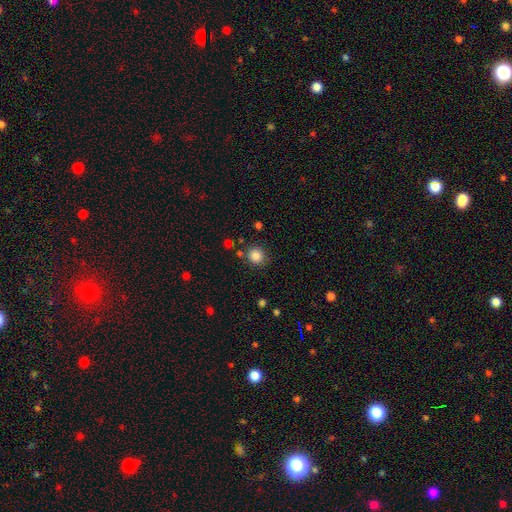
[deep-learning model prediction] The model was most divided on "smooth or featured": smooth: 85%, star or artifact: 11%, featured or disk: 4%. More confident: how rounded — round (90%); merging — none (84%).